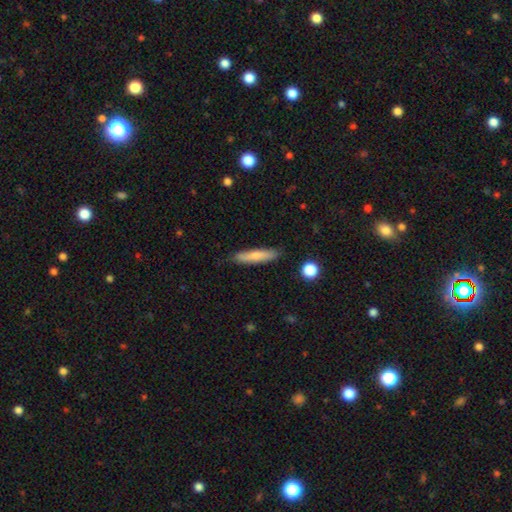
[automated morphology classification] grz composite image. It shows a smooth galaxy with no disk features (72%) that is cigar-shaped (84%). Merging: none (85%).